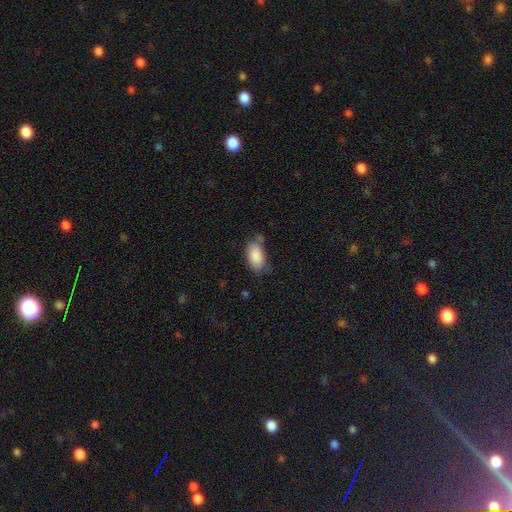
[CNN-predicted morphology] smooth-or-featured: smooth: 88% | star or artifact: 7% | featured or disk: 6%
  how-rounded: in between: 93% | round: 4% | cigar-shaped: 3%
  merging: none: 62% | minor disturbance: 26% | major disturbance: 7% | merger: 5%